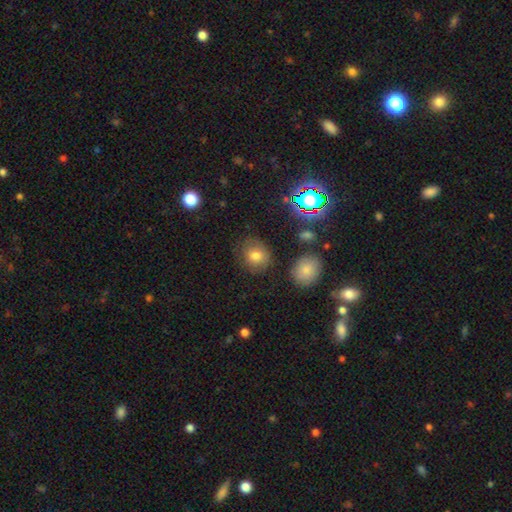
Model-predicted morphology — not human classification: smooth 73%, star or artifact 14%, featured or disk 13%. Down the decision tree: how rounded — round (74%); merging — none (75%).